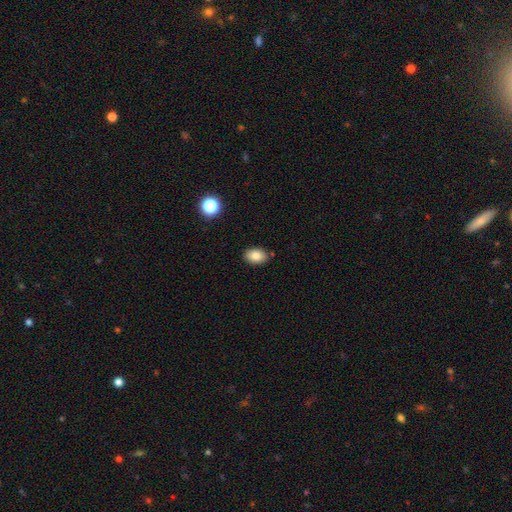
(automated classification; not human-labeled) Overall: smooth (84%). How rounded: in between (84%). Merging: none (86%).